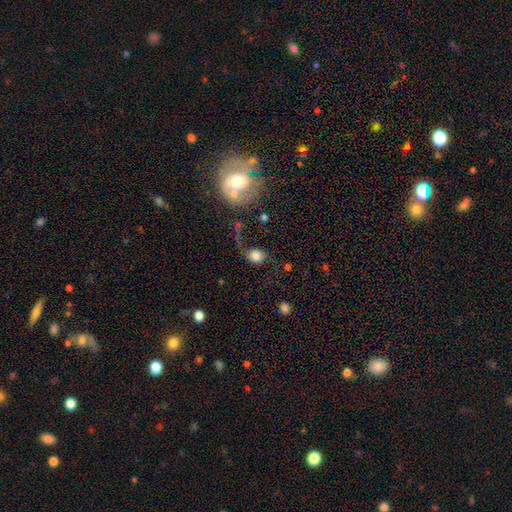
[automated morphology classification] Overall: smooth (56%; featured or disk 34%). How rounded: round (64%; in between 35%). Merging: major disturbance (36%; none 33%).